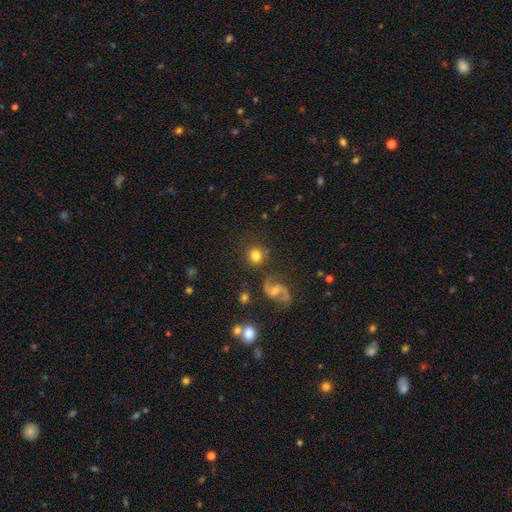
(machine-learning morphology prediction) This is likely a smooth galaxy (74%). How rounded: clearly round (89%). Merging: clearly none (80%).